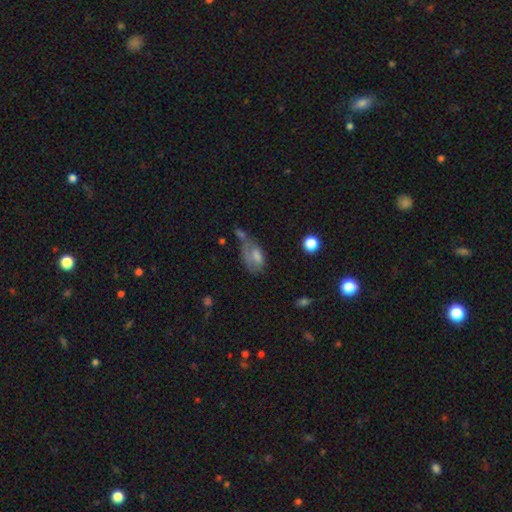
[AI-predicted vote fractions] The model was most divided on "merging": major disturbance: 30%, none: 26%, minor disturbance: 24%, merger: 21%. More confident: how rounded — in between (86%); smooth or featured — smooth (55%).